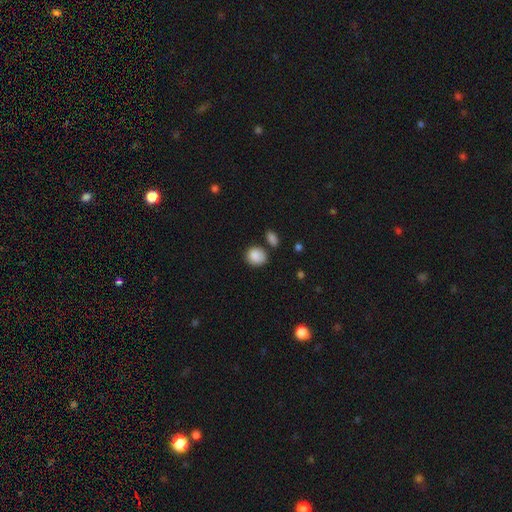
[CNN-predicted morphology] smooth-or-featured: smooth: 88% | star or artifact: 8% | featured or disk: 4%
  how-rounded: round: 65% | in between: 34% | cigar-shaped: 1%
  merging: none: 68% | minor disturbance: 19% | merger: 9% | major disturbance: 5%